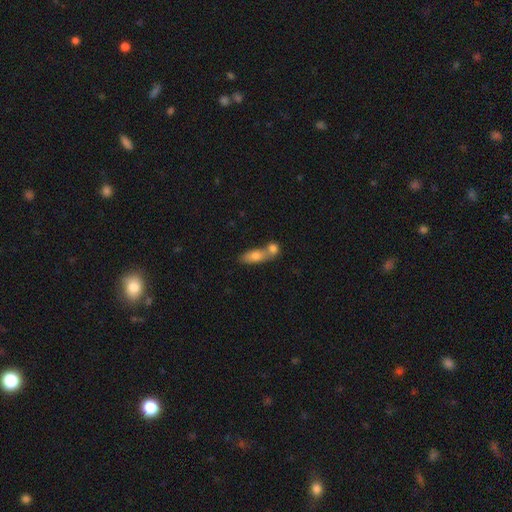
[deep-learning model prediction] Smooth or featured? smooth (73%)
How rounded? in between (70%)
Merging? merger (60%)